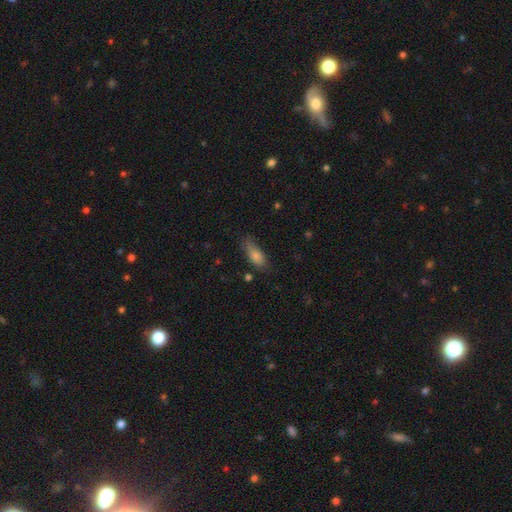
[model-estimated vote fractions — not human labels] smooth 78%, featured or disk 12%, star or artifact 9%. Down the decision tree: how rounded — in between (67%); merging — none (64%).